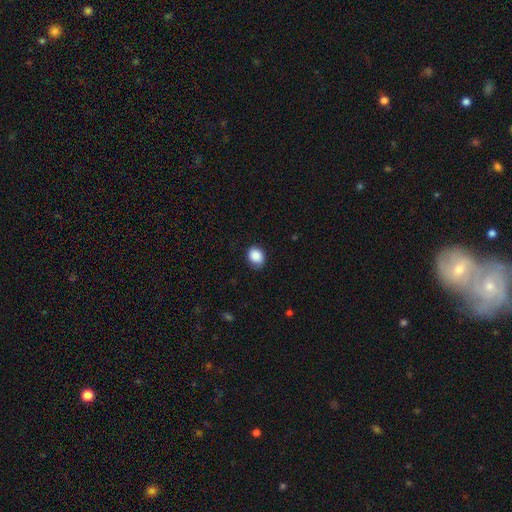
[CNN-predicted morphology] Smooth or featured: smooth — 88% (star or artifact — 8%)
How rounded: in between — 53% (round — 46%)
Merging: none — 79% (minor disturbance — 17%)